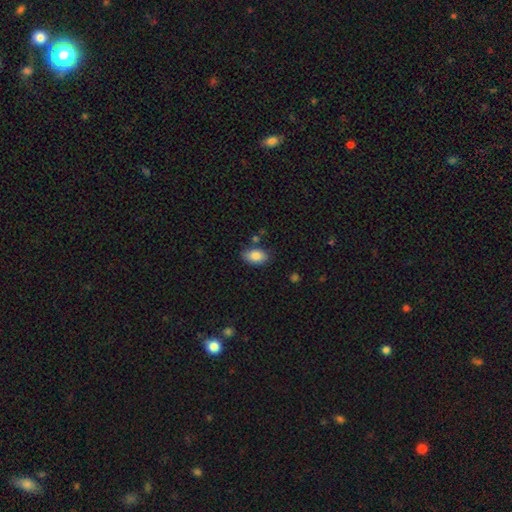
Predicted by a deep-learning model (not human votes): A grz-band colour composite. It shows a smooth galaxy with no disk features (86%) that is in between round and cigar-shaped (90%). Merging: none (78%).